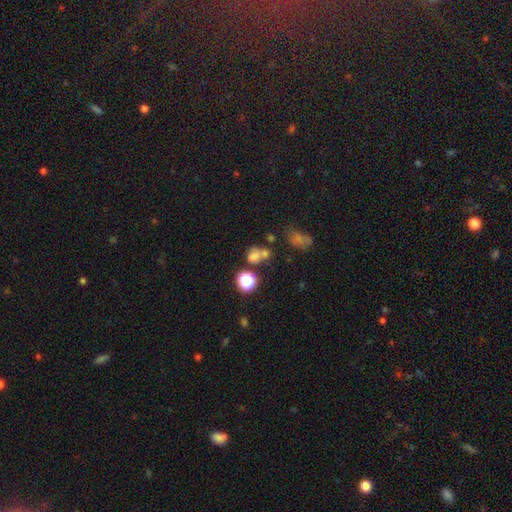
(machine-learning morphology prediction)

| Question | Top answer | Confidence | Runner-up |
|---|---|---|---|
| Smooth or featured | smooth | 66% | star or artifact (23%) |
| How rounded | round | 71% | in between (28%) |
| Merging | none | 42% | merger (37%) |